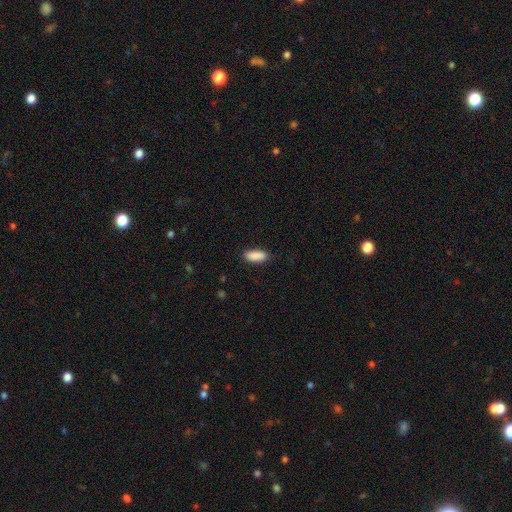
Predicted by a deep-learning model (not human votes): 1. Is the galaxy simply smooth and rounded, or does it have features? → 90% smooth, 6% star or artifact, 4% featured or disk.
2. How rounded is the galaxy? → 83% in between, 15% cigar-shaped, 2% round.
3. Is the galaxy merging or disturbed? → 86% none, 10% minor disturbance, 2% major disturbance, 1% merger.